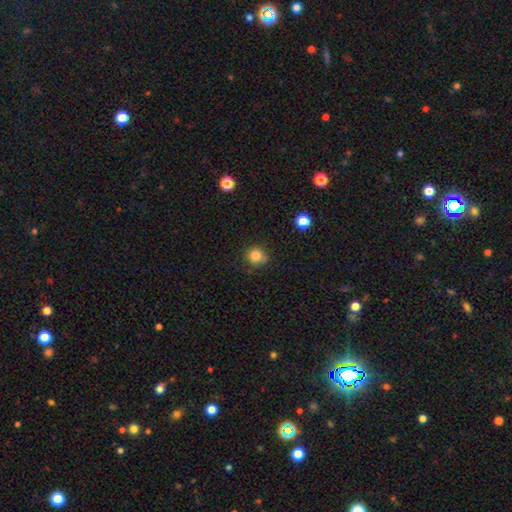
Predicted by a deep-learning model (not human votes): smooth-or-featured: smooth: 82% | star or artifact: 12% | featured or disk: 6%
  how-rounded: round: 85% | in between: 14% | cigar-shaped: 1%
  merging: none: 76% | minor disturbance: 18% | major disturbance: 4% | merger: 2%